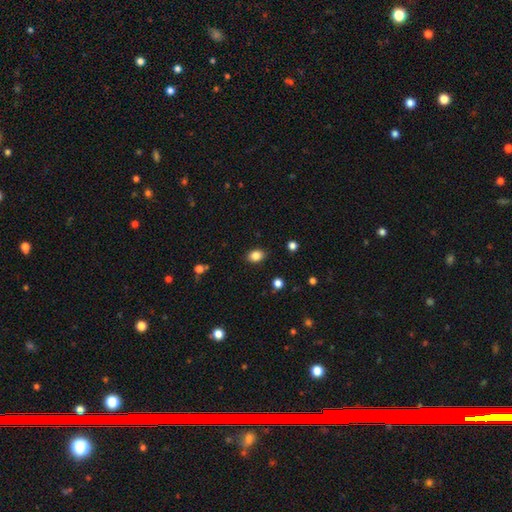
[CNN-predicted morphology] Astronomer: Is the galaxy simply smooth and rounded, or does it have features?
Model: smooth — 85%.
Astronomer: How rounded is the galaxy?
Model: in between — 67%.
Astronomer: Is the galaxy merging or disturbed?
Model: none — 88%.